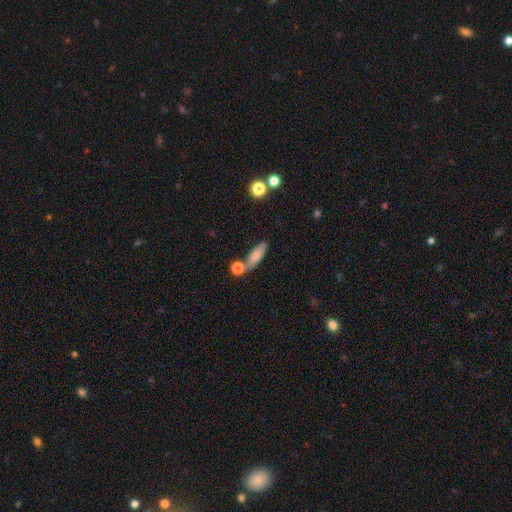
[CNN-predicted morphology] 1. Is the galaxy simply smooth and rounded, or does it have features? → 76% smooth, 16% featured or disk, 8% star or artifact.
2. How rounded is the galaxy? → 47% in between, 46% cigar-shaped, 7% round.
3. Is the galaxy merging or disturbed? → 54% none, 24% merger, 16% minor disturbance, 6% major disturbance.